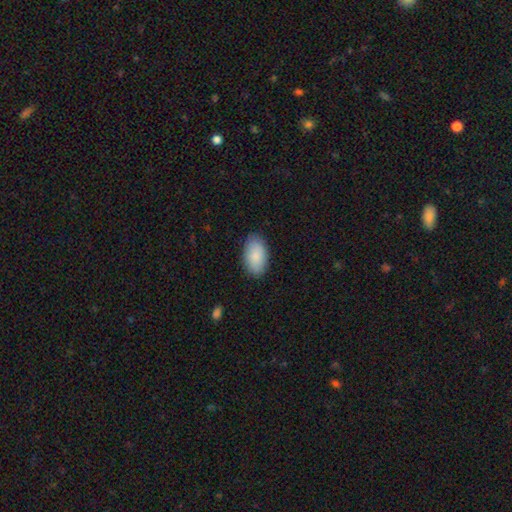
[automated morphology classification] The model was most divided on "merging": none: 86%, minor disturbance: 11%, major disturbance: 2%, merger: 1%. More confident: how rounded — in between (95%); smooth or featured — smooth (88%).